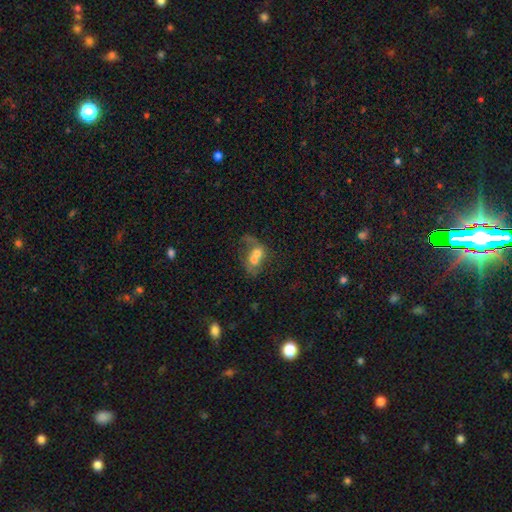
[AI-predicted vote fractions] smooth 48%, featured or disk 41%, star or artifact 11%. Down the decision tree: merging — merger (72%).